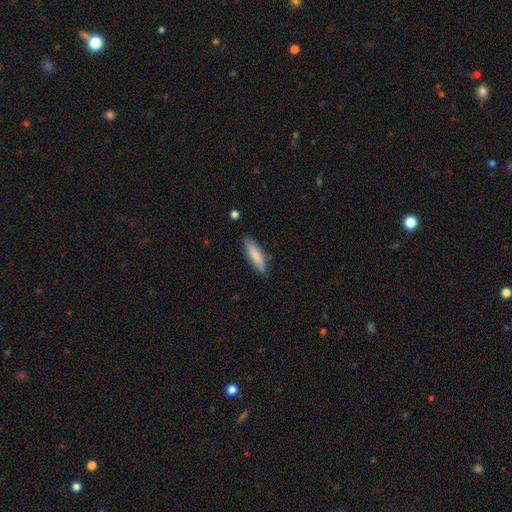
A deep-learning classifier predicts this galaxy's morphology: type=smooth (76%); roundness=cigar-shaped (55%); merging=none (79%).